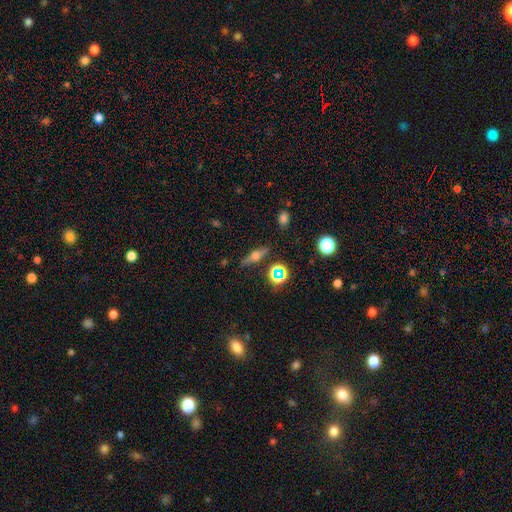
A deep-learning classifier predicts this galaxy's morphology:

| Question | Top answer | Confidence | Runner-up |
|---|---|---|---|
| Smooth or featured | featured or disk | 54% | smooth (31%) |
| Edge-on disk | yes | 91% | no (9%) |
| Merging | none | 83% | minor disturbance (11%) |